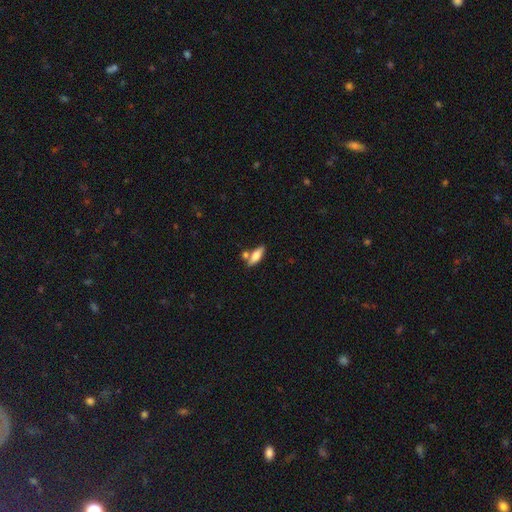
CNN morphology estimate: A smooth galaxy with no disk features (72%) that is in between round and cigar-shaped (64%).

Vote fractions:
- Smooth or featured? smooth: 72% / featured or disk: 21% / star or artifact: 7%
- How rounded? in between: 64% / cigar-shaped: 33% / round: 3%
- Merging? none: 63% / merger: 20% / minor disturbance: 13% / major disturbance: 4%